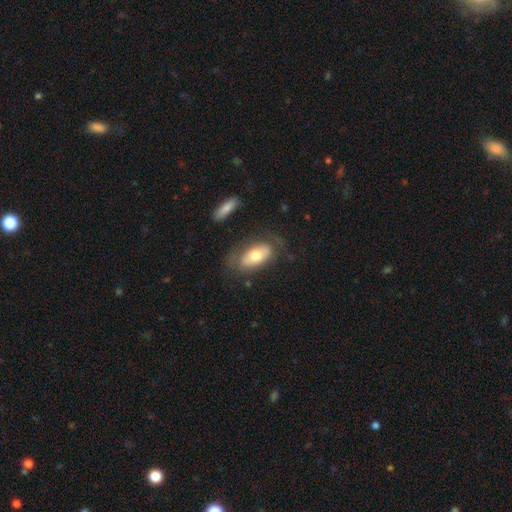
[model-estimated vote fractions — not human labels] Q: Smooth or featured?
A: smooth (64%); runner-up: featured or disk (30%)
Q: How rounded?
A: in between (90%); runner-up: cigar-shaped (6%)
Q: Merging?
A: none (65%); runner-up: minor disturbance (21%)